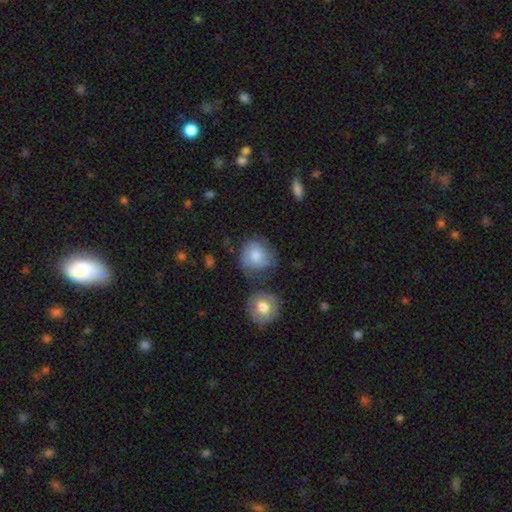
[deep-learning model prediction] Morphology: type=smooth (70%); roundness=round (84%); merging=none (54%).